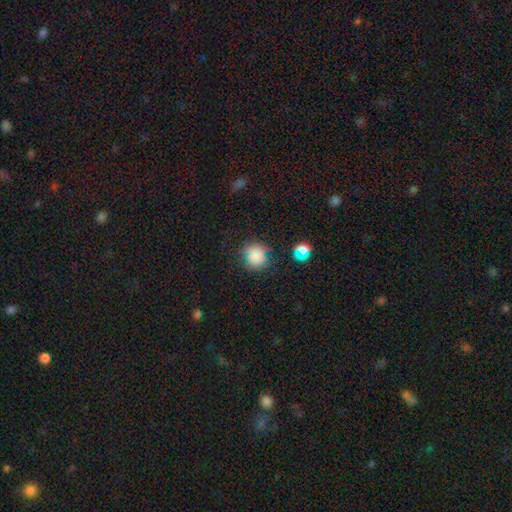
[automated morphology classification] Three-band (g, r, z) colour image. It shows a smooth galaxy with no disk features (80%) that is round (91%). Merging: none (81%).